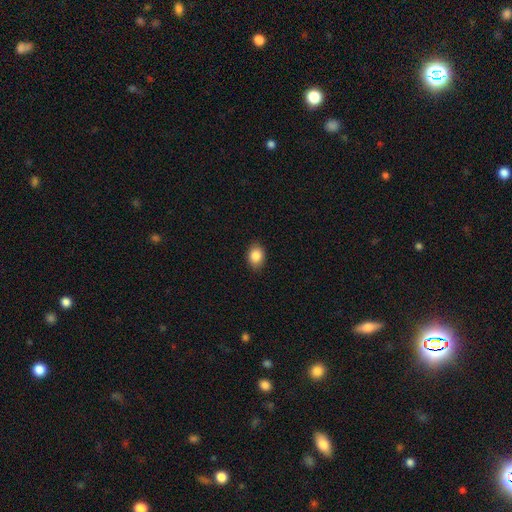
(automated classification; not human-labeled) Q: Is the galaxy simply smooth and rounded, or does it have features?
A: smooth — 86%.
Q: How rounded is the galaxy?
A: in between — 64%.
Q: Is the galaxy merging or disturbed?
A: none — 87%.